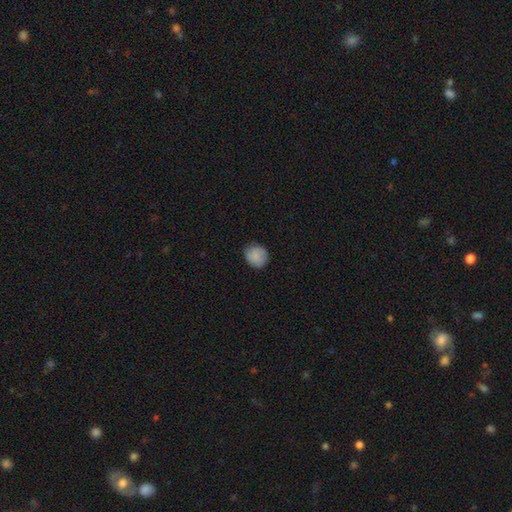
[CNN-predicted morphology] type=smooth (85%); roundness=round (80%); merging=none (81%).